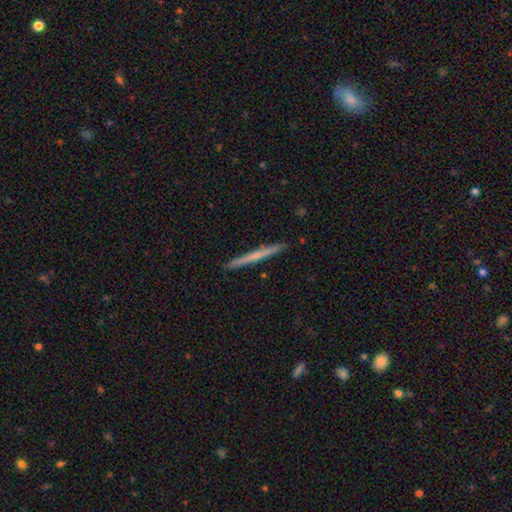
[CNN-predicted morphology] Smooth or featured?
  - featured or disk: 47% * (tied)
  - smooth: 47% * (tied)
  - star or artifact: 5%
Merging?
  - none: 93% *
  - minor disturbance: 5%
  - major disturbance: 1%
  - merger: 1%